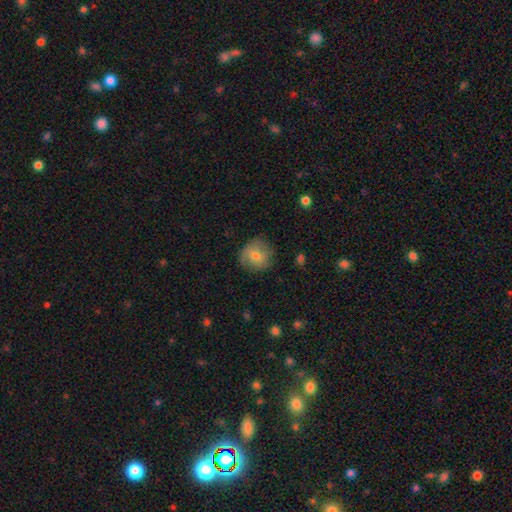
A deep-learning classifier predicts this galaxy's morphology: type=smooth (66%); roundness=round (89%); merging=none (77%).